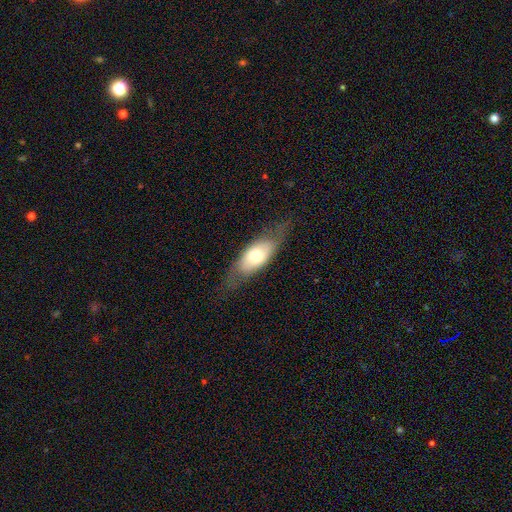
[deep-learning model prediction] Smooth or featured: smooth — 57% (featured or disk — 36%)
How rounded: in between — 79% (cigar-shaped — 17%)
Merging: none — 68% (minor disturbance — 21%)